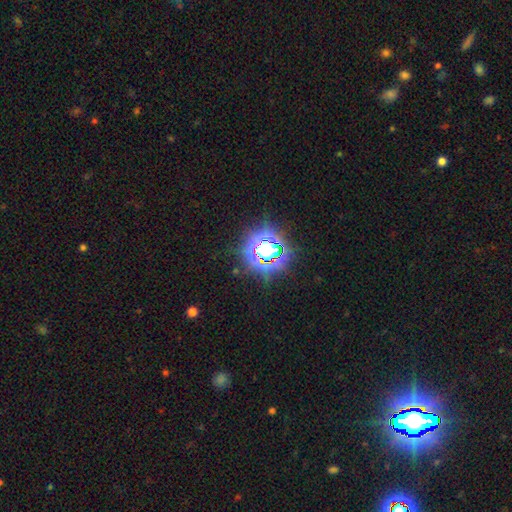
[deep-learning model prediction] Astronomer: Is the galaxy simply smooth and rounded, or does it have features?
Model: star or artifact — 81%.